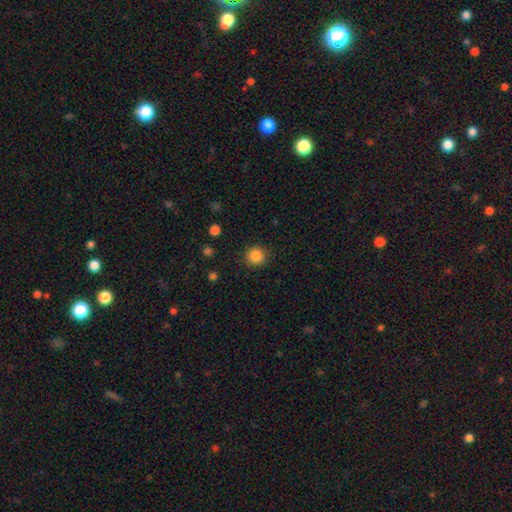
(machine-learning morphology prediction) type=smooth (86%); roundness=round (91%); merging=none (88%).